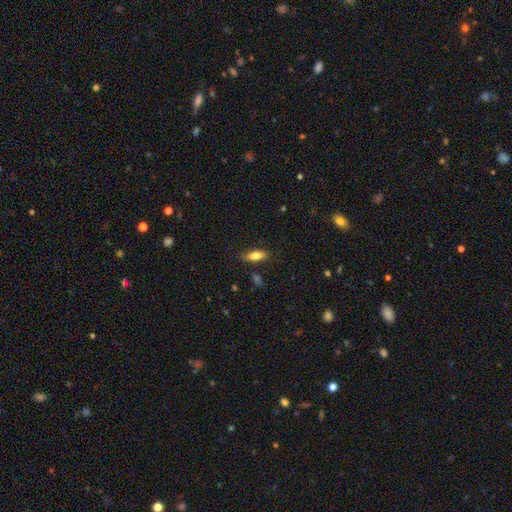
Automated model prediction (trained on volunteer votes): This appears to be a smooth galaxy with no disk features (75%) that is in between round and cigar-shaped (71%). Merging: none (83%).